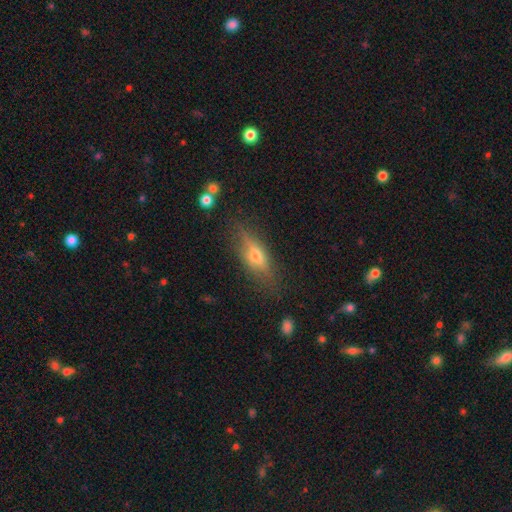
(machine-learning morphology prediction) Smooth or featured? featured or disk (51%)
Edge-on disk? yes (86%)
Merging? none (78%)